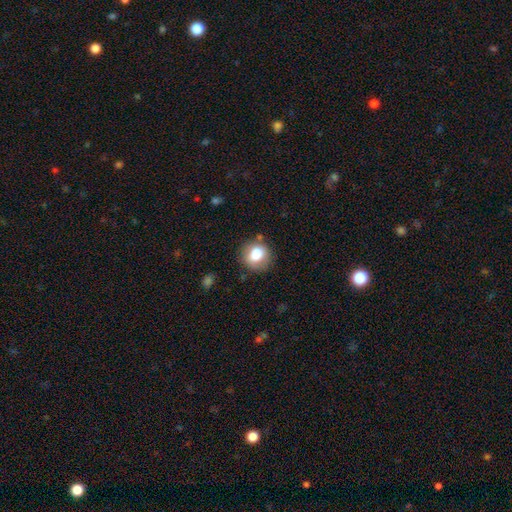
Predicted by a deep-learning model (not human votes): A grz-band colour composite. It shows a smooth galaxy with no disk features (76%) that is round (80%). Merging: none (77%).